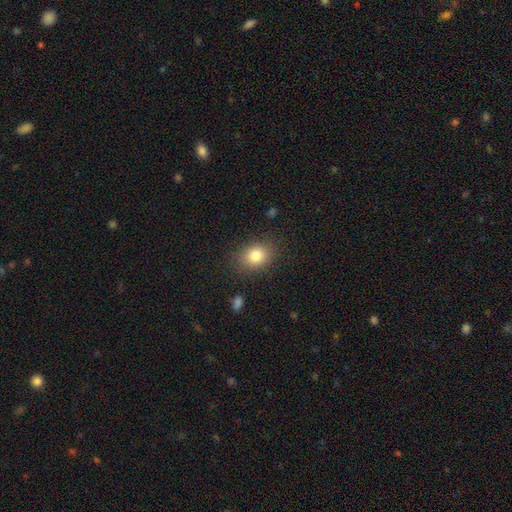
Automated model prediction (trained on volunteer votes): Smooth or featured: smooth — 81% (star or artifact — 10%)
How rounded: in between — 55% (round — 44%)
Merging: none — 84% (minor disturbance — 11%)